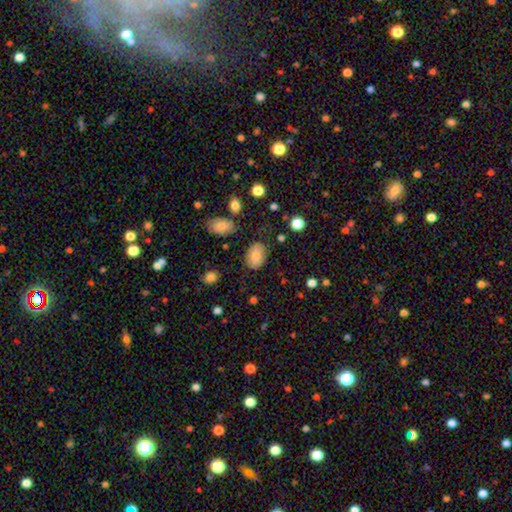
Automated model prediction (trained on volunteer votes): smooth 78%, featured or disk 13%, star or artifact 9%. Down the decision tree: how rounded — in between (86%); merging — none (73%).